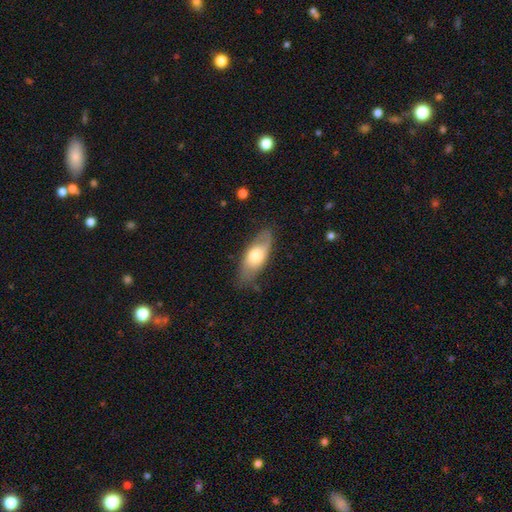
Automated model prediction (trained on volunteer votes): Smooth or featured?
  - smooth: 57% *
  - featured or disk: 37%
  - star or artifact: 6%
How rounded?
  - in between: 81% *
  - cigar-shaped: 15%
  - round: 3%
Merging?
  - none: 71% *
  - minor disturbance: 21%
  - major disturbance: 6%
  - merger: 2%